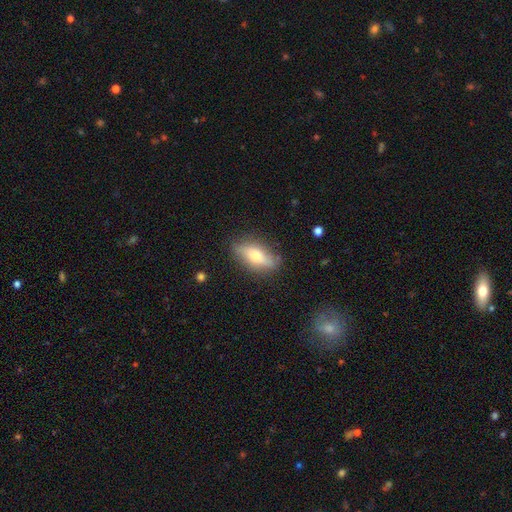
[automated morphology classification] Smooth or featured? smooth (54%)
How rounded? in between (70%)
Merging? none (81%)